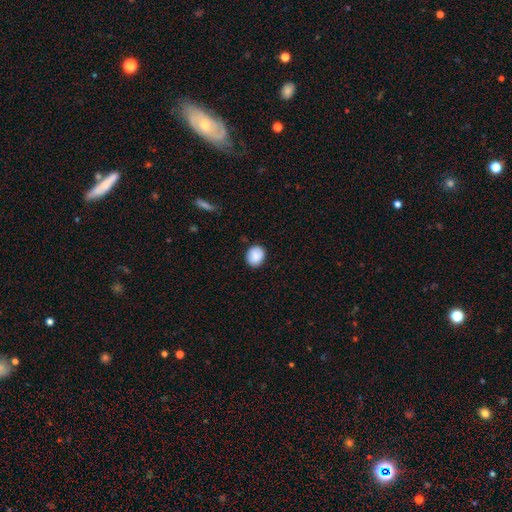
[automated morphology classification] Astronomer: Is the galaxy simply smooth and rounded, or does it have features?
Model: smooth — 87%.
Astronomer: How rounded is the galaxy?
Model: round — 65%.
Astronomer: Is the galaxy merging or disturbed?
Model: none — 85%.